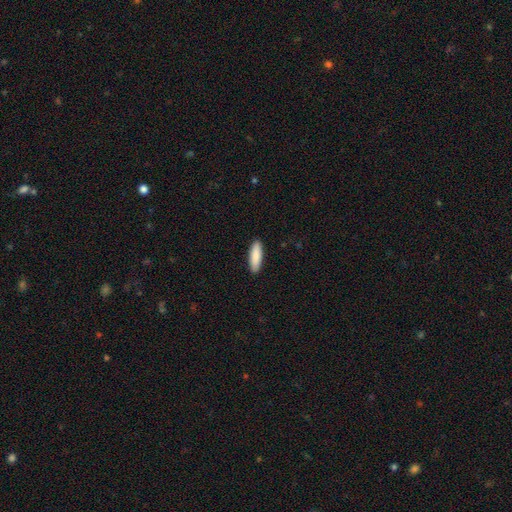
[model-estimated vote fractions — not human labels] A smooth galaxy with no disk features (89%) that is cigar-shaped (55%).

Vote fractions:
- Smooth or featured? smooth: 89% / featured or disk: 6% / star or artifact: 5%
- How rounded? cigar-shaped: 55% / in between: 43% / round: 1%
- Merging? none: 91% / minor disturbance: 7% / major disturbance: 1% / merger: 1%